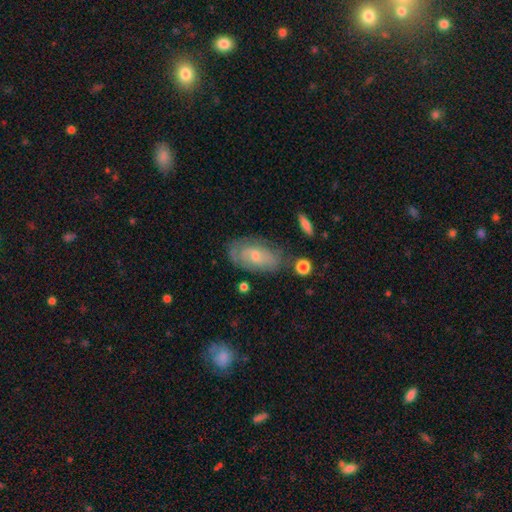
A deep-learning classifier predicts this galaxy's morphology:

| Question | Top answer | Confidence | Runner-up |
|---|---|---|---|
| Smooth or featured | featured or disk | 56% | smooth (35%) |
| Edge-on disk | no | 91% | yes (9%) |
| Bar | no | 68% | weak (27%) |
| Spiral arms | yes | 69% | no (31%) |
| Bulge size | small | 57% | moderate (37%) |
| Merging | none | 67% | minor disturbance (22%) |